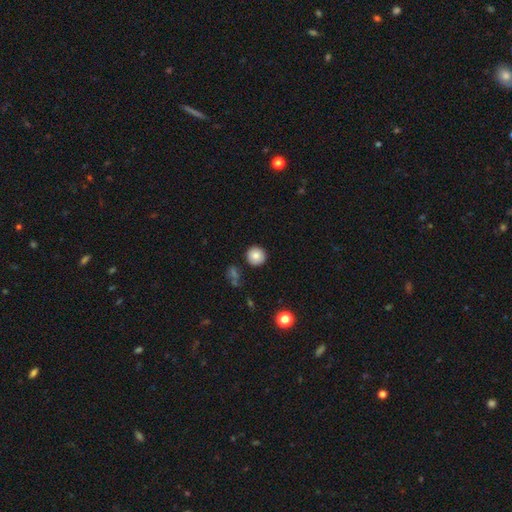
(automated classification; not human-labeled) Smooth or featured? smooth (84%)
How rounded? round (94%)
Merging? none (90%)